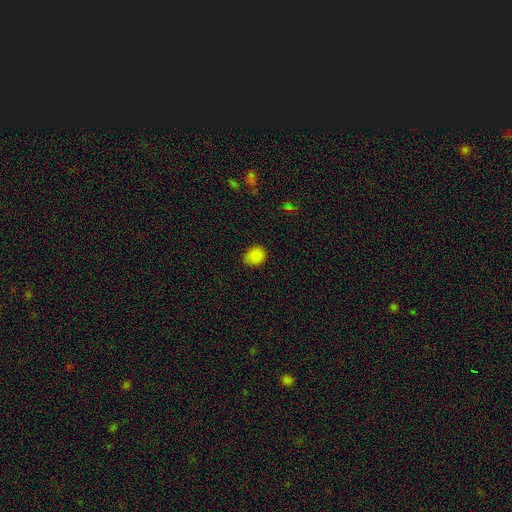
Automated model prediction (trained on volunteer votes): smooth_or_featured: smooth (p=0.85) [alt: star or artifact p=0.12]
how_rounded: round (p=0.61) [alt: in between p=0.38]
merging: none (p=0.79) [alt: minor disturbance p=0.17]